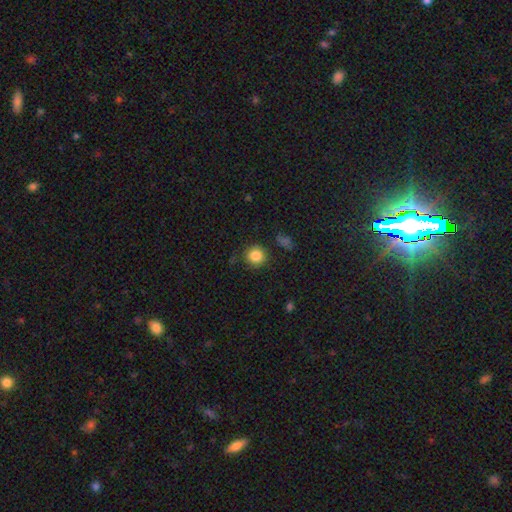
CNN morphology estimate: smooth_or_featured: smooth (p=0.85) [alt: star or artifact p=0.10]
how_rounded: round (p=0.92) [alt: in between p=0.07]
merging: none (p=0.86) [alt: minor disturbance p=0.09]